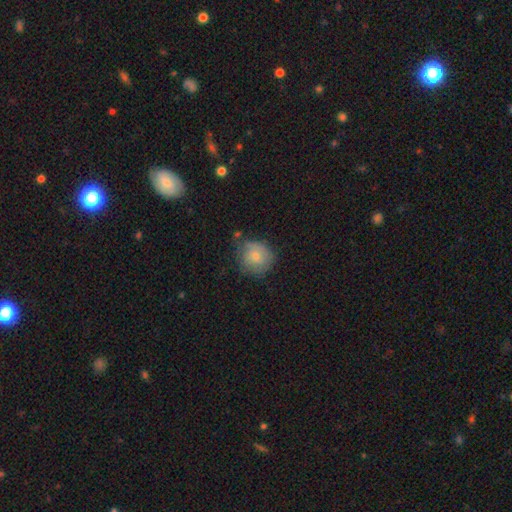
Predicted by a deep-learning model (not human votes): smooth 69%, featured or disk 24%, star or artifact 7%. Down the decision tree: how rounded — round (87%); merging — none (57%).